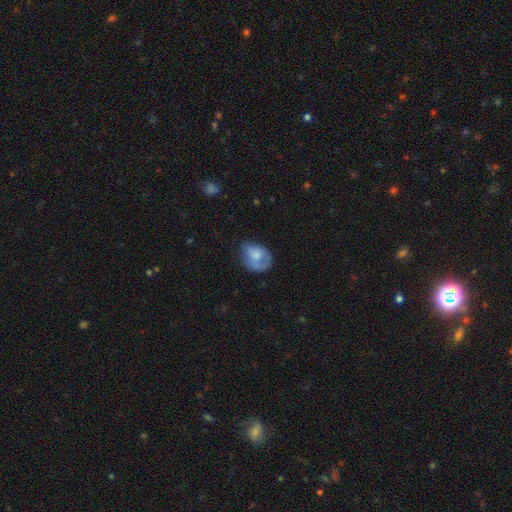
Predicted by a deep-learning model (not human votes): This is likely a smooth galaxy (67%). How rounded: likely in between (61%). Merging: marginally none (45%).